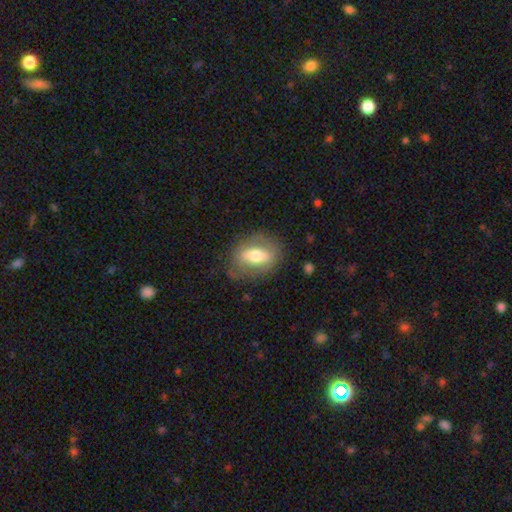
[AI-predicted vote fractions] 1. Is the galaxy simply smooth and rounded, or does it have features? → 50% smooth, 44% featured or disk, 7% star or artifact.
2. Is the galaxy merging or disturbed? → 72% none, 18% minor disturbance, 8% major disturbance, 1% merger.